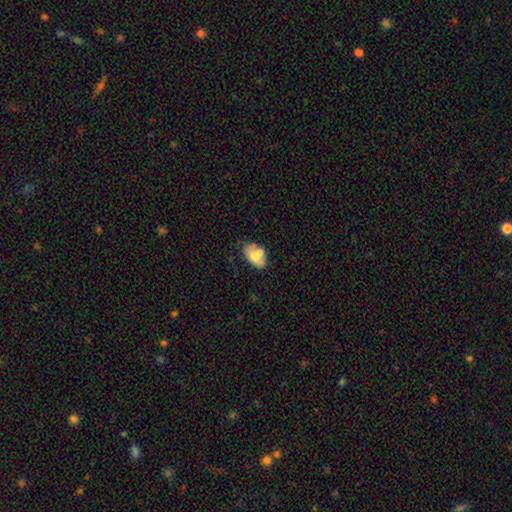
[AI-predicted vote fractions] Smooth or featured?
  - smooth: 64% *
  - featured or disk: 28%
  - star or artifact: 8%
How rounded?
  - in between: 89% *
  - round: 9%
  - cigar-shaped: 2%
Merging?
  - none: 45% *
  - merger: 25%
  - minor disturbance: 22%
  - major disturbance: 8%